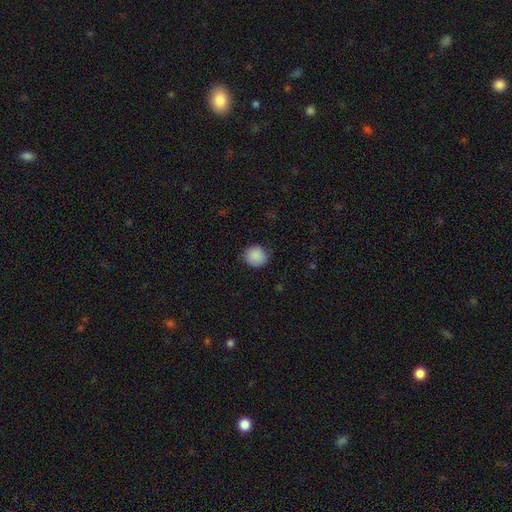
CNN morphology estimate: Q: Smooth or featured?
A: smooth (89%); runner-up: star or artifact (8%)
Q: How rounded?
A: round (88%); runner-up: in between (11%)
Q: Merging?
A: none (86%); runner-up: minor disturbance (11%)